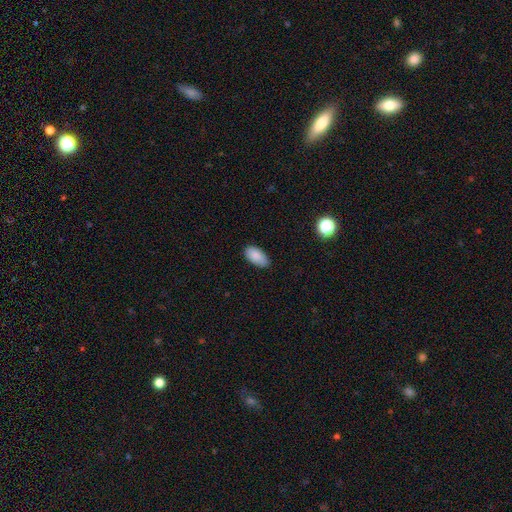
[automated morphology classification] Smooth or featured? smooth (87%)
How rounded? in between (95%)
Merging? none (80%)